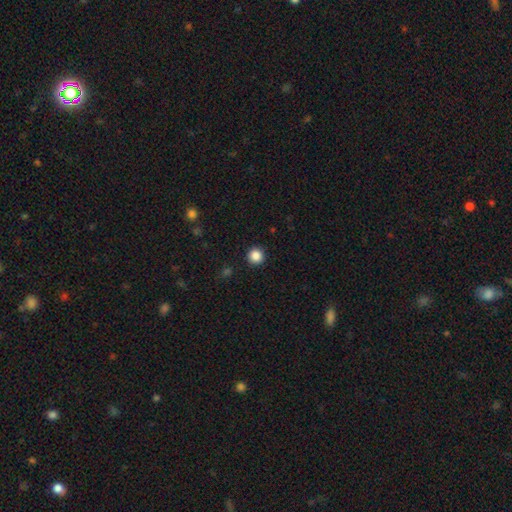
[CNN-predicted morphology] This is clearly a smooth galaxy (86%). How rounded: clearly round (95%). Merging: clearly none (93%).